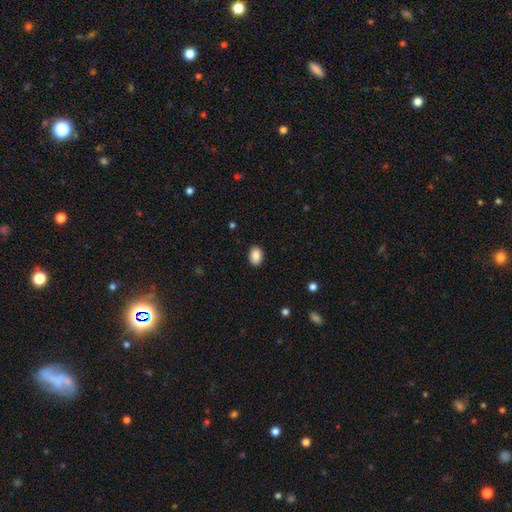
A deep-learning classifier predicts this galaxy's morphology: This is clearly a smooth galaxy (89%). How rounded: likely in between (79%). Merging: clearly none (89%).